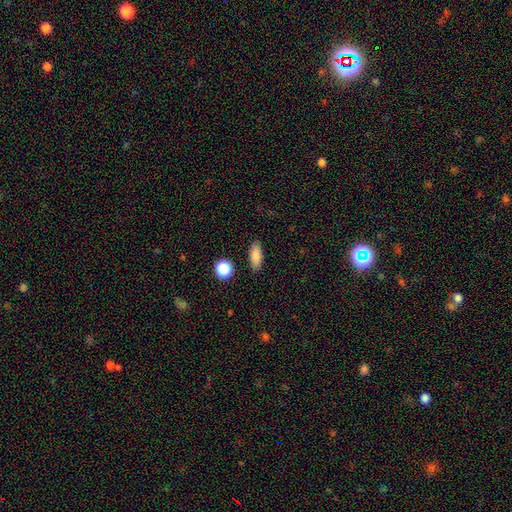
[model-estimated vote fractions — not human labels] Smooth or featured?
  - smooth: 85% *
  - star or artifact: 9%
  - featured or disk: 7%
How rounded?
  - in between: 75% *
  - cigar-shaped: 21%
  - round: 5%
Merging?
  - none: 88% *
  - minor disturbance: 8%
  - major disturbance: 2%
  - merger: 2%